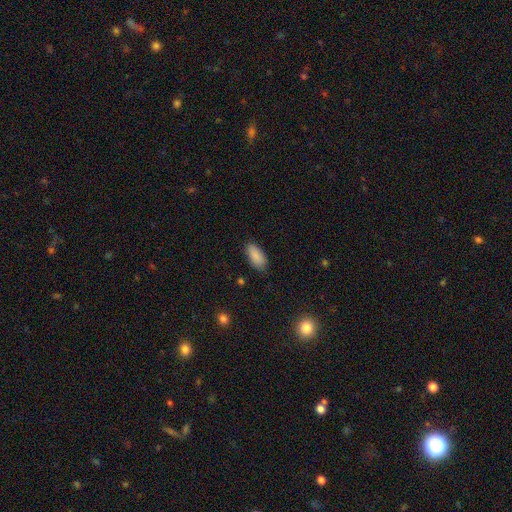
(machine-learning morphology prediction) smooth 89%, star or artifact 7%, featured or disk 4%. Down the decision tree: how rounded — in between (90%); merging — none (82%).